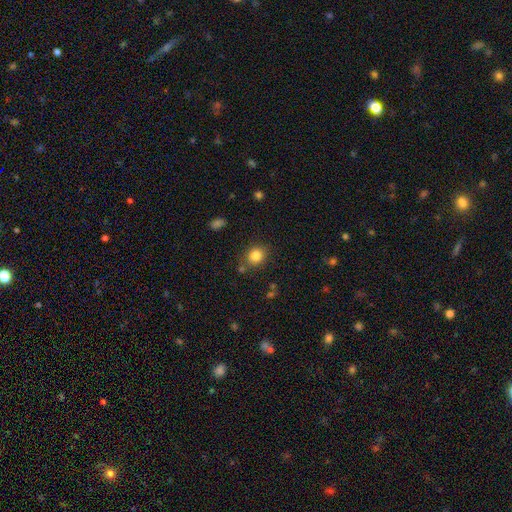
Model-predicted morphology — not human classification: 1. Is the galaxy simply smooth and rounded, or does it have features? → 84% smooth, 11% star or artifact, 6% featured or disk.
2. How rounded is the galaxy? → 71% round, 28% in between, 1% cigar-shaped.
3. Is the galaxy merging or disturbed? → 79% none, 11% minor disturbance, 6% merger, 4% major disturbance.